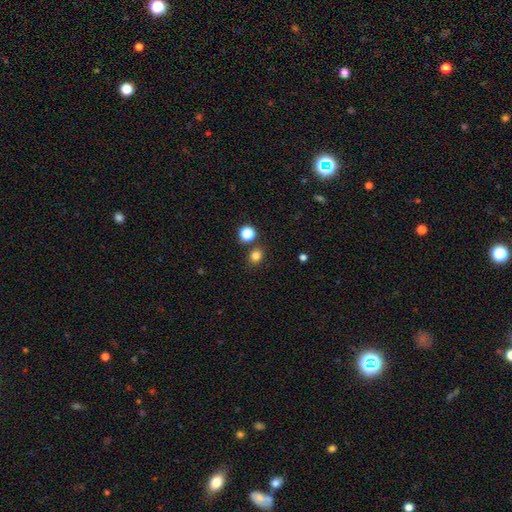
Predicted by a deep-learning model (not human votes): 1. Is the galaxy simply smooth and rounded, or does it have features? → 81% smooth, 15% star or artifact, 4% featured or disk.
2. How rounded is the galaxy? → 67% round, 32% in between, 1% cigar-shaped.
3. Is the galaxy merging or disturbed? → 81% none, 8% minor disturbance, 8% merger, 3% major disturbance.